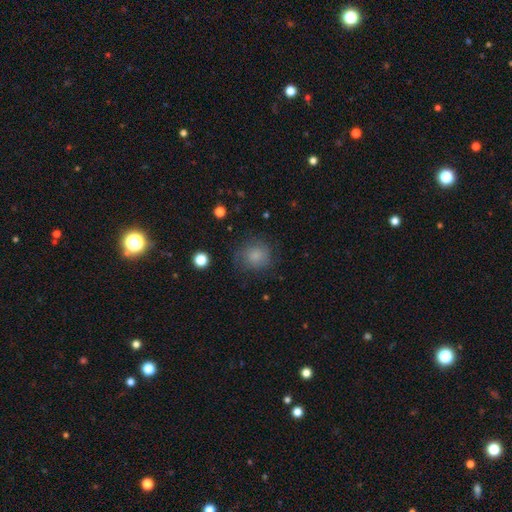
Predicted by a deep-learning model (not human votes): Overall: smooth (80%). How rounded: round (85%). Merging: none (72%).